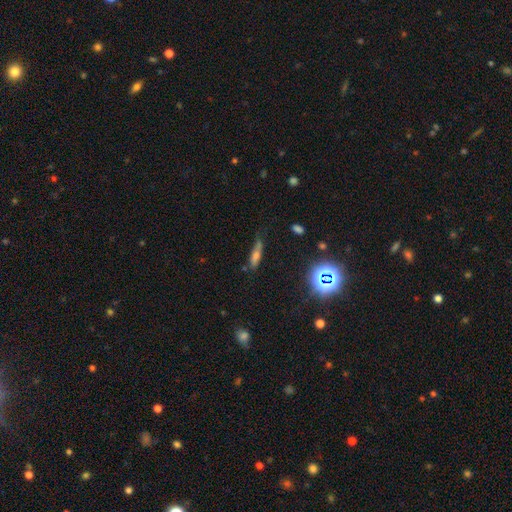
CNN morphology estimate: Overall: smooth (53%; featured or disk 26%). How rounded: cigar-shaped (67%; in between 28%). Merging: none (63%; minor disturbance 24%).